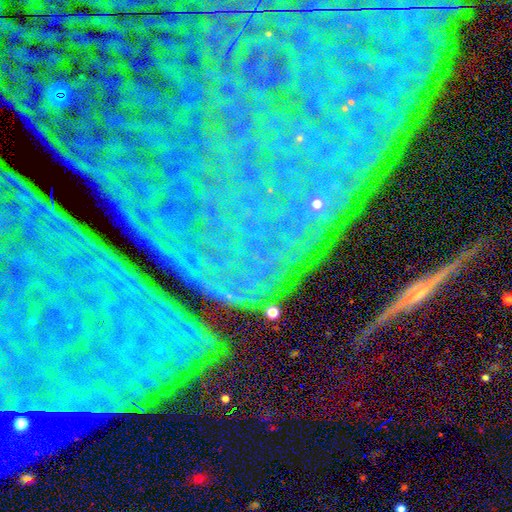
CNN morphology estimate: The model was most divided on "smooth or featured": star or artifact: 80%, featured or disk: 12%, smooth: 8%.